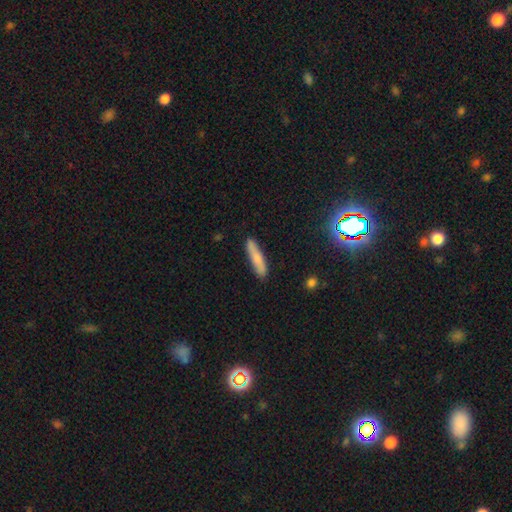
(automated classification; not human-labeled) Morphology: type=smooth (68%); roundness=cigar-shaped (87%); merging=none (86%).